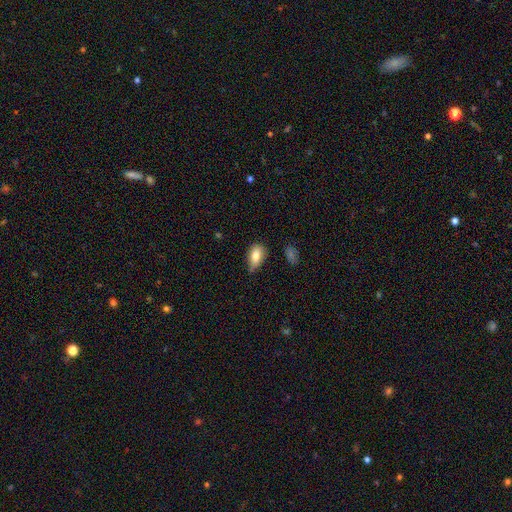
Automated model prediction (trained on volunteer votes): Q: Smooth or featured?
A: smooth (79%); runner-up: featured or disk (13%)
Q: How rounded?
A: in between (88%); runner-up: round (8%)
Q: Merging?
A: none (49%); runner-up: minor disturbance (40%)